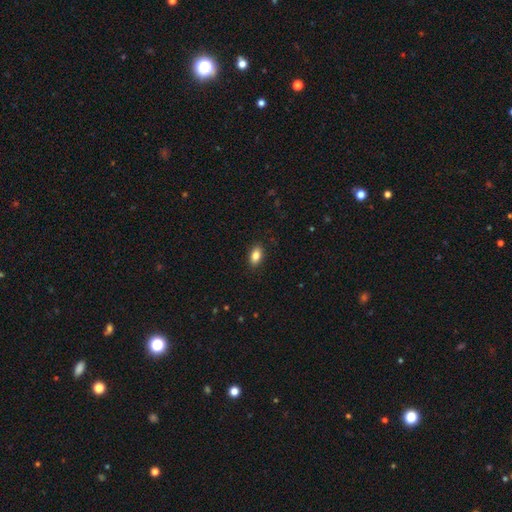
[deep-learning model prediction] smooth 84%, featured or disk 8%, star or artifact 8%. Down the decision tree: how rounded — in between (88%); merging — none (89%).